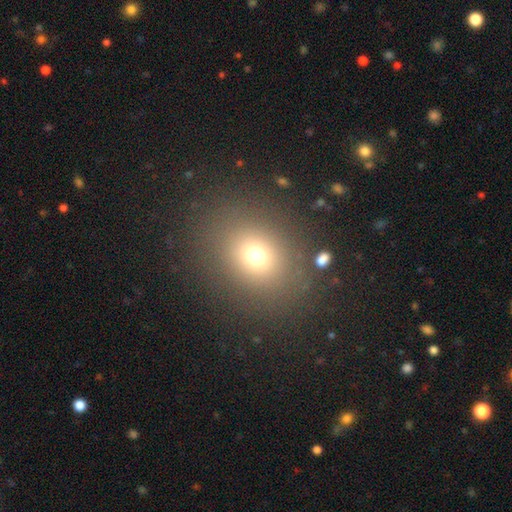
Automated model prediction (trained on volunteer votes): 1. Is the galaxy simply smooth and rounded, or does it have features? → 70% smooth, 19% star or artifact, 11% featured or disk.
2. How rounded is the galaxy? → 63% round, 36% in between, 1% cigar-shaped.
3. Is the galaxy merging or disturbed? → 85% none, 8% minor disturbance, 5% major disturbance, 2% merger.